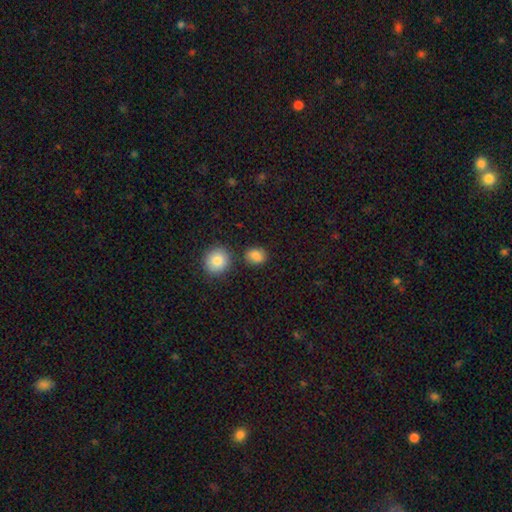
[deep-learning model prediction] Smooth or featured? smooth (86%)
How rounded? round (58%)
Merging? none (79%)